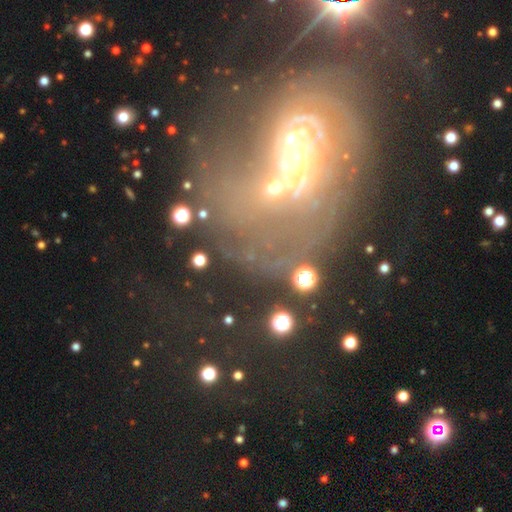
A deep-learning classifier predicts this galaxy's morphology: Smooth or featured?
  - featured or disk: 62% *
  - star or artifact: 21%
  - smooth: 17%
Edge-on disk?
  - no: 96% *
  - yes: 4%
Bar?
  - no: 72% *
  - weak: 20%
  - strong: 8%
Spiral arms?
  - yes: 63% *
  - no: 37%
Bulge size?
  - small: 49% *
  - moderate: 34%
  - none: 8%
  - large: 6%
  - dominant: 3%
Merging?
  - merger: 38% *
  - major disturbance: 28%
  - none: 23%
  - minor disturbance: 11%